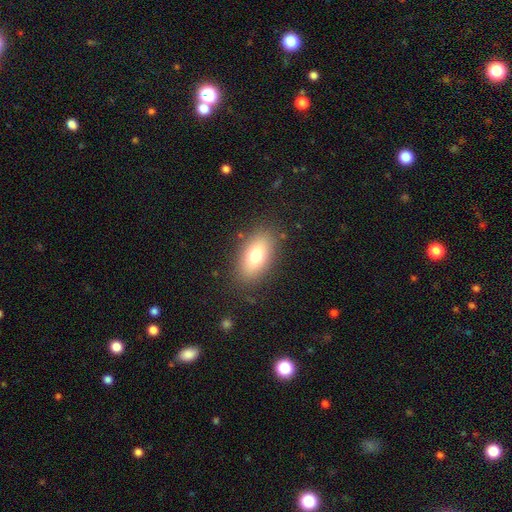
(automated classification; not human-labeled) Smooth or featured? smooth (73%)
How rounded? in between (87%)
Merging? none (84%)